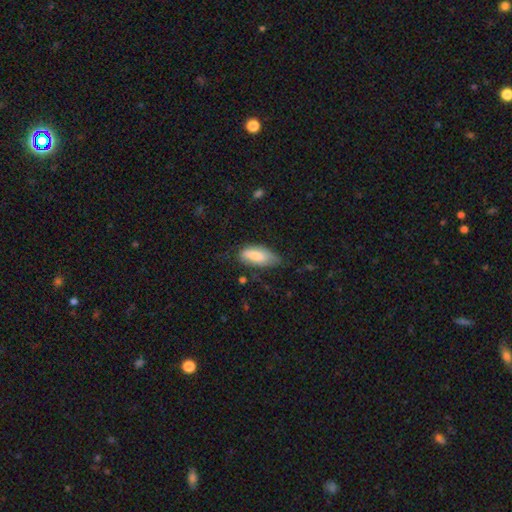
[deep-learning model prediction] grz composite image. It shows a smooth galaxy with no disk features (79%) that is in between round and cigar-shaped (82%). Merging: none (47%).